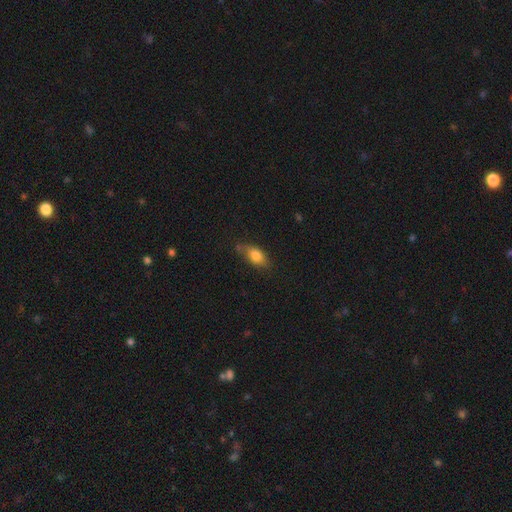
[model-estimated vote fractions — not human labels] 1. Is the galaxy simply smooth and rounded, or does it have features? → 79% smooth, 13% featured or disk, 8% star or artifact.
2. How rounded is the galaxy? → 84% in between, 8% cigar-shaped, 8% round.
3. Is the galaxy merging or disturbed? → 65% none, 26% minor disturbance, 5% major disturbance, 4% merger.